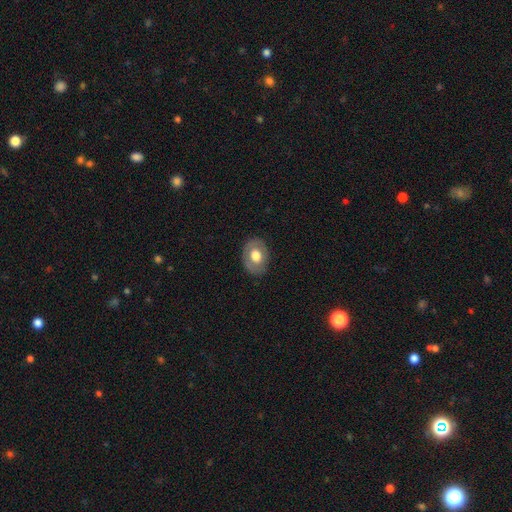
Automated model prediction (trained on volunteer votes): smooth-or-featured: smooth: 61% | featured or disk: 32% | star or artifact: 7%
  how-rounded: in between: 63% | round: 36% | cigar-shaped: 1%
  merging: none: 82% | minor disturbance: 13% | major disturbance: 4% | merger: 1%